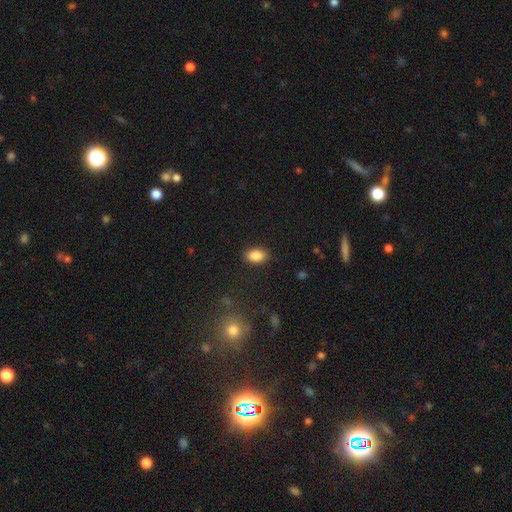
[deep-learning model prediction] Q: Smooth or featured?
A: smooth (87%); runner-up: star or artifact (8%)
Q: How rounded?
A: in between (89%); runner-up: round (9%)
Q: Merging?
A: none (87%); runner-up: minor disturbance (9%)